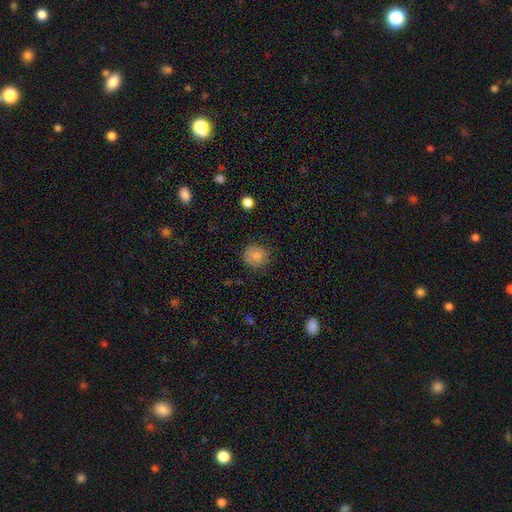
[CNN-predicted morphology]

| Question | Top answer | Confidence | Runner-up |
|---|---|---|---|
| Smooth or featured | smooth | 81% | featured or disk (10%) |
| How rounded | round | 88% | in between (11%) |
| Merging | none | 78% | minor disturbance (17%) |